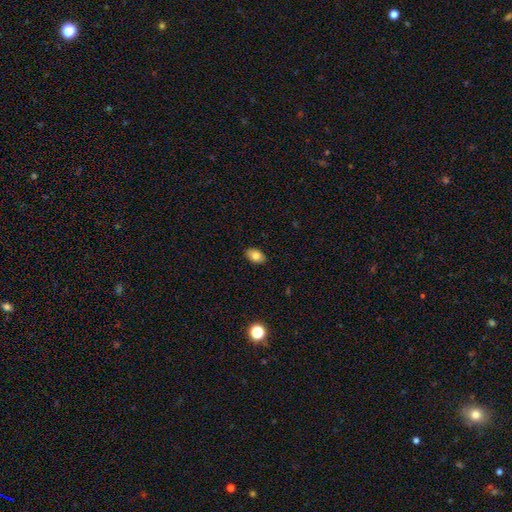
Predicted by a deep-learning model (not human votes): Smooth or featured?
  - smooth: 80% *
  - featured or disk: 12%
  - star or artifact: 8%
How rounded?
  - in between: 90% *
  - round: 9%
  - cigar-shaped: 1%
Merging?
  - none: 89% *
  - minor disturbance: 8%
  - major disturbance: 2%
  - merger: 1%